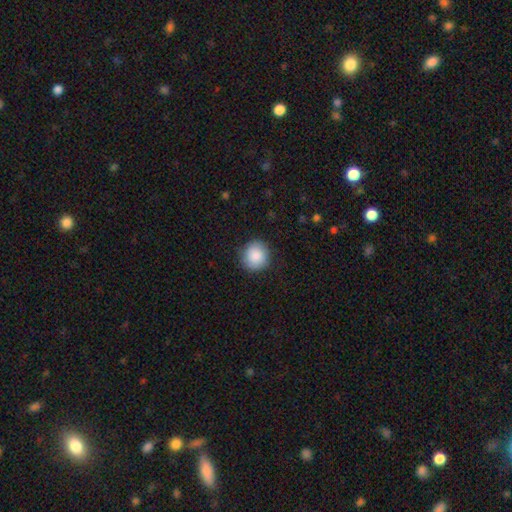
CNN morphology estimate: Smooth or featured? smooth (89%)
How rounded? round (92%)
Merging? none (89%)